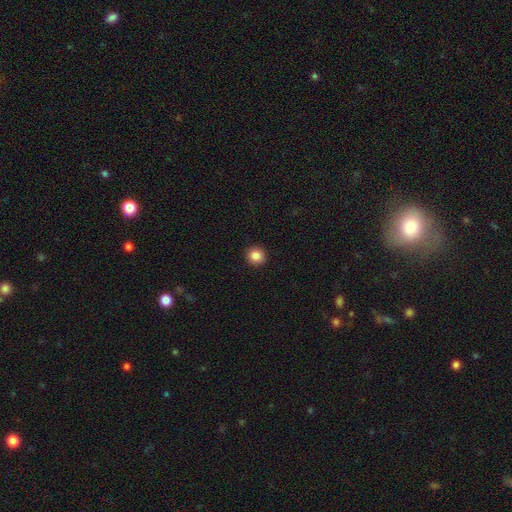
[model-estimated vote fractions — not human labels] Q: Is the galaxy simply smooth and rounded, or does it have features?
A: smooth — 86%.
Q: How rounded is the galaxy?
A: round — 92%.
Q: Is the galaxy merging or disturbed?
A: none — 93%.